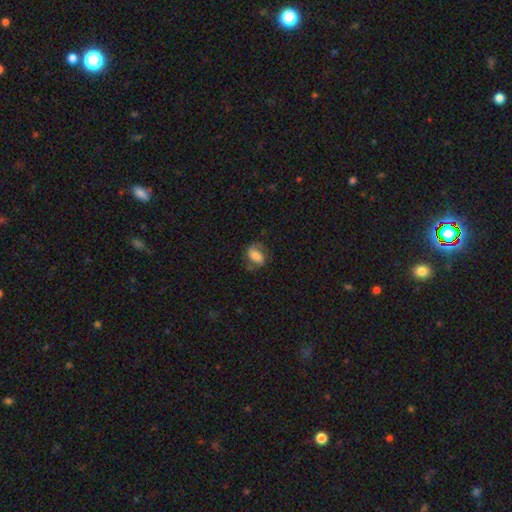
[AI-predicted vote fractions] A smooth galaxy with no disk features (47%). Merging: none (59%).